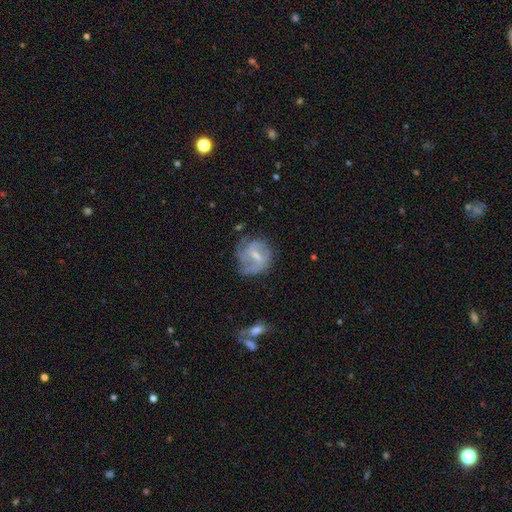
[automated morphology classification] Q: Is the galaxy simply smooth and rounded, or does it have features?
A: featured or disk — 64%.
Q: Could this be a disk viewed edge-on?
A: no — 97%.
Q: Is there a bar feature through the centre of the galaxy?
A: weak — 56%.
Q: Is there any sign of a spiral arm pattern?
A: yes — 72%.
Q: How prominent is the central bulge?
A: small — 44%.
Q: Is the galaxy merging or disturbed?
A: none — 51%.